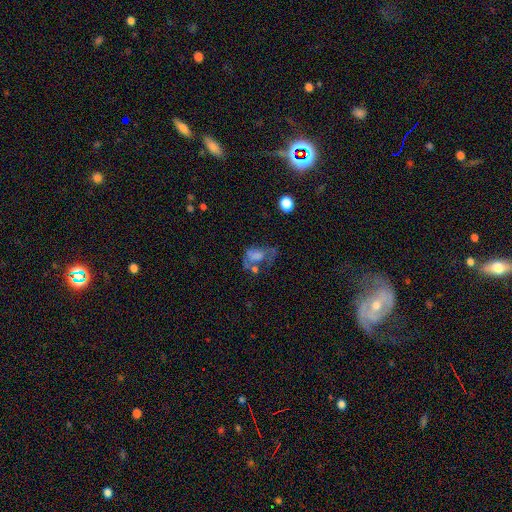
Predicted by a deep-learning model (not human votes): This is possibly a smooth galaxy (48%). Merging: marginally major disturbance (40%).